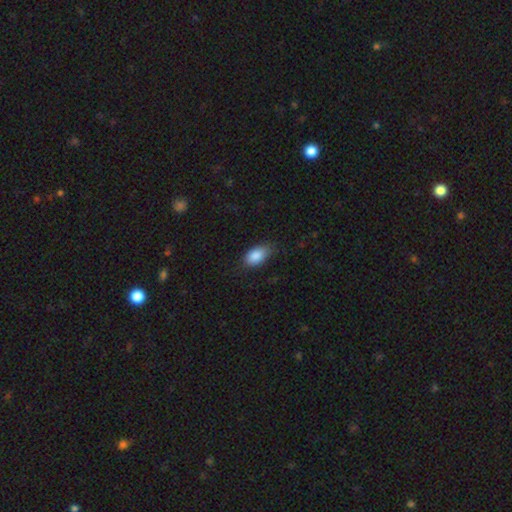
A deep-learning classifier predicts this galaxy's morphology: Smooth or featured? Predicted: smooth (p=0.87). How rounded? Predicted: in between (p=0.92). Merging? Predicted: none (p=0.72).